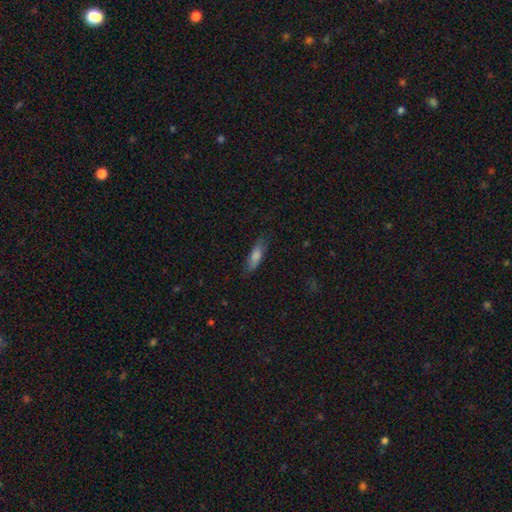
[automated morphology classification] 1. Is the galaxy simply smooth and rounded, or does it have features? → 71% smooth, 21% featured or disk, 7% star or artifact.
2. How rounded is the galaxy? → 56% cigar-shaped, 42% in between, 2% round.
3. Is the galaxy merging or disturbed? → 78% none, 17% minor disturbance, 4% major disturbance, 1% merger.